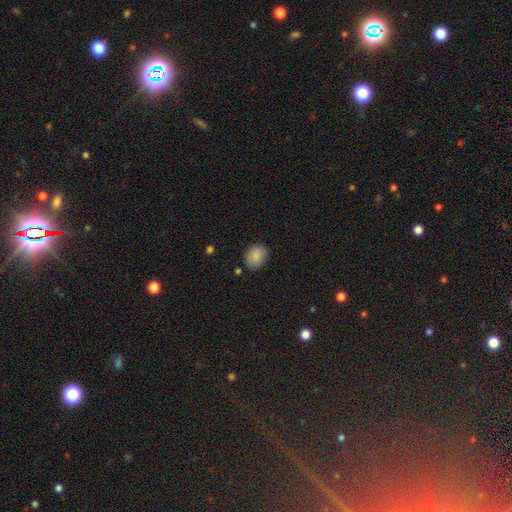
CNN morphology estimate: A smooth galaxy with no disk features (87%) that is in between round and cigar-shaped (53%). Merging: none (83%).